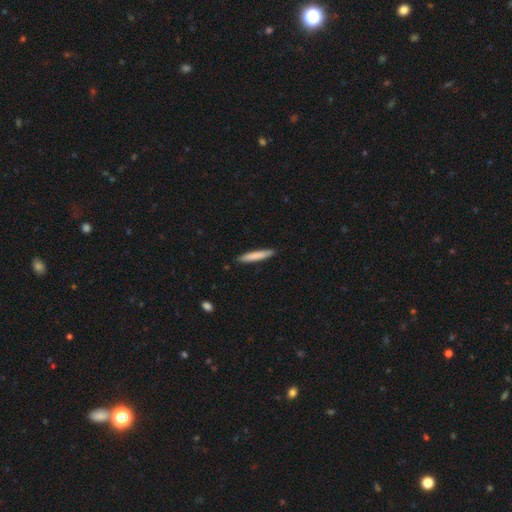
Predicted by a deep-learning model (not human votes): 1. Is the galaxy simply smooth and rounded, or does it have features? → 80% smooth, 15% featured or disk, 5% star or artifact.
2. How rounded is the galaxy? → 92% cigar-shaped, 7% in between, 1% round.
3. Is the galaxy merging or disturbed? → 89% none, 9% minor disturbance, 1% major disturbance, 1% merger.